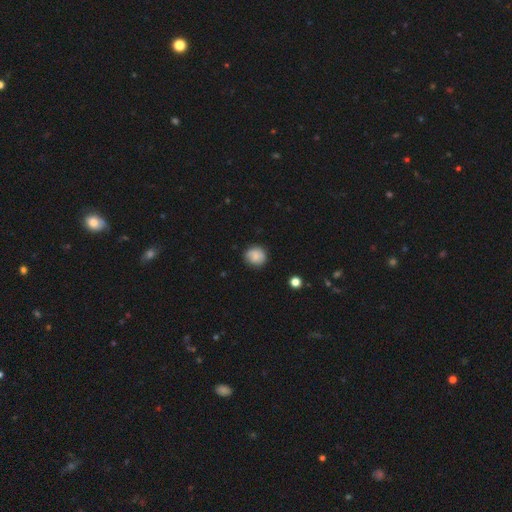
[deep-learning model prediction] smooth_or_featured: smooth (p=0.77) [alt: featured or disk p=0.14]
how_rounded: round (p=0.85) [alt: in between p=0.14]
merging: none (p=0.80) [alt: minor disturbance p=0.16]